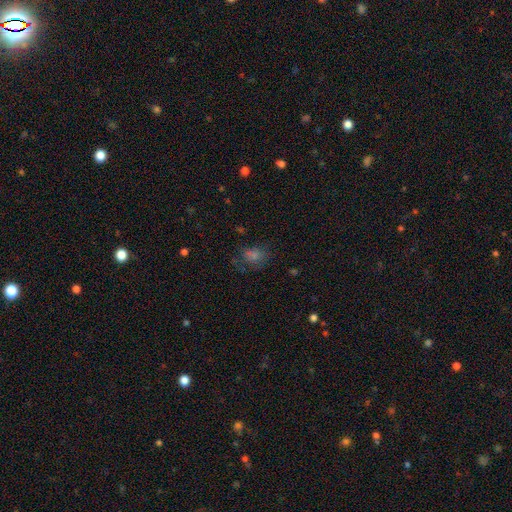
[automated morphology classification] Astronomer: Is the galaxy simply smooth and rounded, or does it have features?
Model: smooth — 54% (runner-up: star or artifact, 29%).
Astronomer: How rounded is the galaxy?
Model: in between — 63%.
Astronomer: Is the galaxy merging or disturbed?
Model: none — 64%.